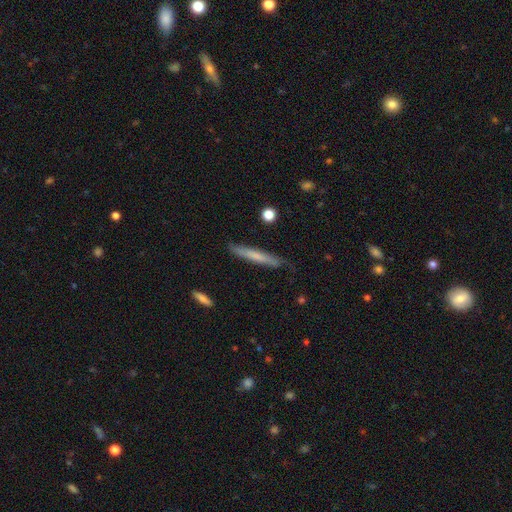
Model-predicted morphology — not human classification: Q: Smooth or featured?
A: smooth (55%); runner-up: featured or disk (39%)
Q: How rounded?
A: cigar-shaped (95%); runner-up: in between (4%)
Q: Merging?
A: none (81%); runner-up: minor disturbance (15%)